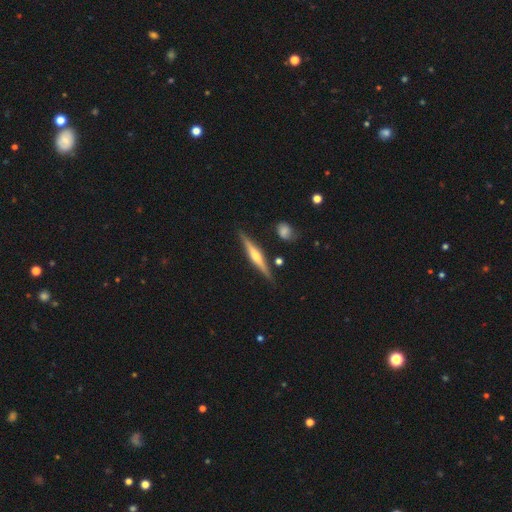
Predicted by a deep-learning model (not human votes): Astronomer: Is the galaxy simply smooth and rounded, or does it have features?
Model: featured or disk — 72%.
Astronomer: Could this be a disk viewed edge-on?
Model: yes — 98%.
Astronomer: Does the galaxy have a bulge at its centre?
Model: rounded — 87%.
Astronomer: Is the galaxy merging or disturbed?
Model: none — 87%.